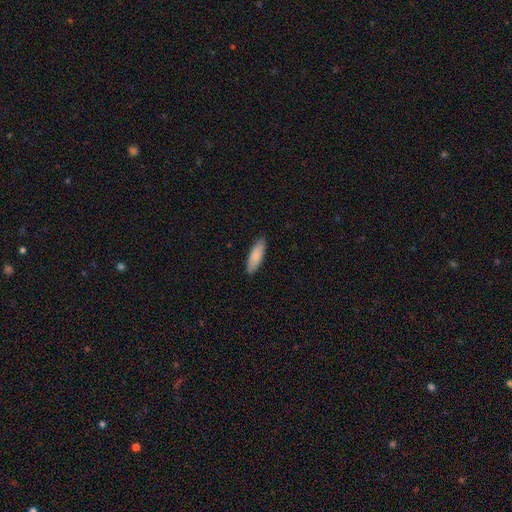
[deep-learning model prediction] Smooth or featured?
  - smooth: 86% *
  - featured or disk: 8%
  - star or artifact: 5%
How rounded?
  - in between: 55% *
  - cigar-shaped: 44%
  - round: 2%
Merging?
  - none: 89% *
  - minor disturbance: 9%
  - major disturbance: 2%
  - merger: 1%